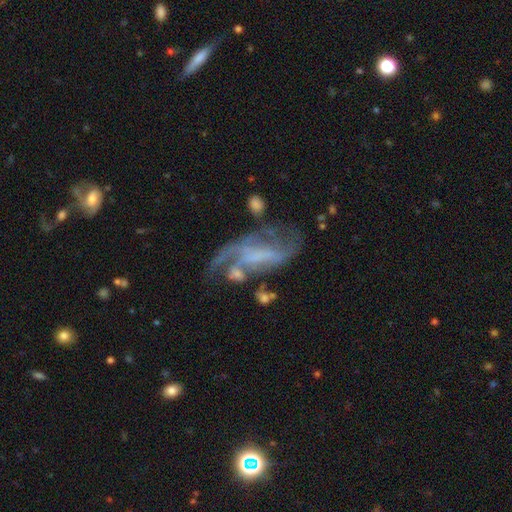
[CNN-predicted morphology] Smooth or featured? Predicted: featured or disk (p=0.78). Edge-on disk? Predicted: no (p=0.94). Bar? Predicted: no (p=0.38). Spiral arms? Predicted: yes (p=0.83). Spiral winding? Predicted: medium (p=0.41). Spiral arm count? Predicted: 2 (p=0.53). Bulge size? Predicted: none (p=0.57). Merging? Predicted: none (p=0.35).